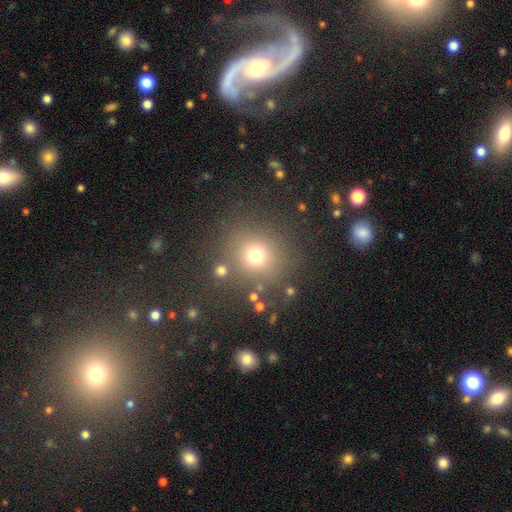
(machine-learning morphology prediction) A smooth galaxy with no disk features (71%) that is round (87%).

Vote fractions:
- Smooth or featured? smooth: 71% / star or artifact: 20% / featured or disk: 9%
- How rounded? round: 87% / in between: 12% / cigar-shaped: 1%
- Merging? none: 79% / minor disturbance: 10% / merger: 6% / major disturbance: 5%